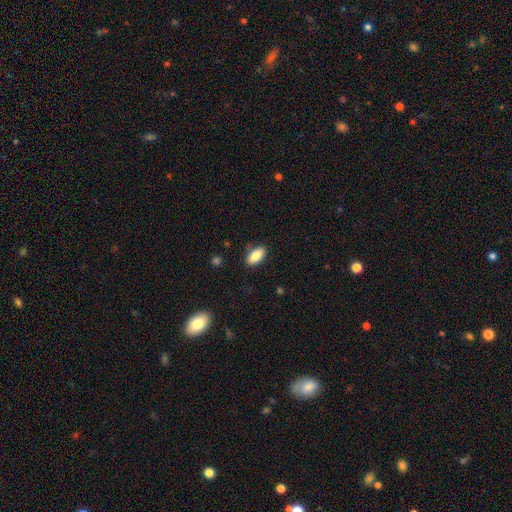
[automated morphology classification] A smooth galaxy with no disk features (83%) that is in between round and cigar-shaped (90%).

Vote fractions:
- Smooth or featured? smooth: 83% / featured or disk: 10% / star or artifact: 7%
- How rounded? in between: 90% / cigar-shaped: 6% / round: 3%
- Merging? none: 84% / minor disturbance: 12% / major disturbance: 3% / merger: 1%